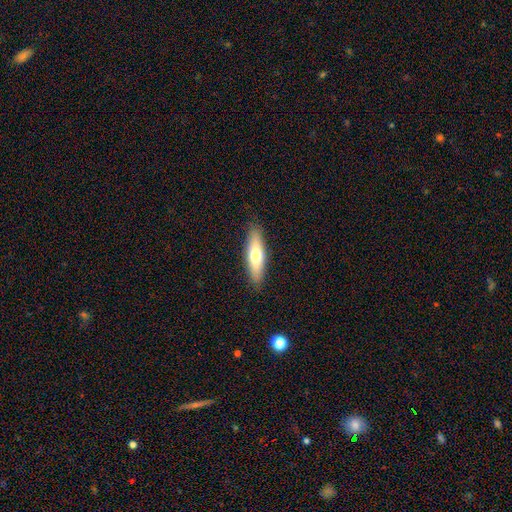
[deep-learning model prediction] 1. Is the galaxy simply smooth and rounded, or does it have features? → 63% smooth, 31% featured or disk, 6% star or artifact.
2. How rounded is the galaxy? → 65% cigar-shaped, 33% in between, 2% round.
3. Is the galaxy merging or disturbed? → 89% none, 8% minor disturbance, 2% major disturbance, 1% merger.